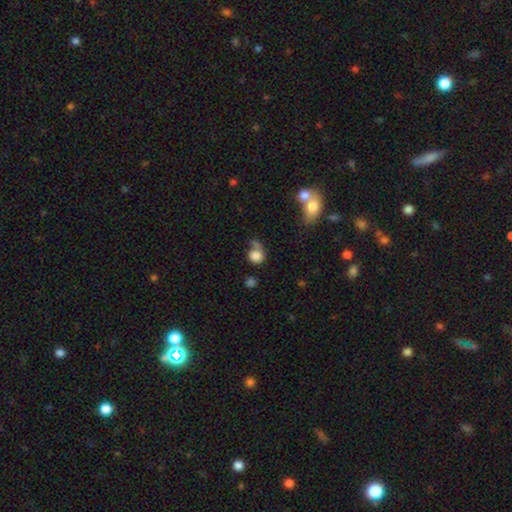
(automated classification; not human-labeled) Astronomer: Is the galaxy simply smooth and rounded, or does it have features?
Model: smooth — 76%.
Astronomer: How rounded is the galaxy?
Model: round — 75%.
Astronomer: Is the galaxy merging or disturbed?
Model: none — 39% (runner-up: major disturbance, 26%).